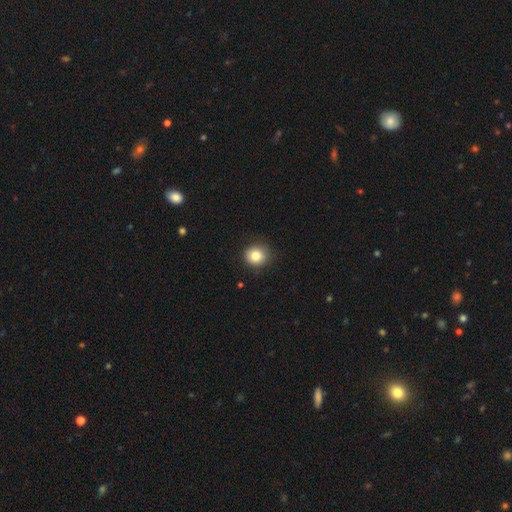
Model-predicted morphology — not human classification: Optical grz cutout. It shows a smooth galaxy with no disk features (83%) that is round (89%). Merging: none (87%).